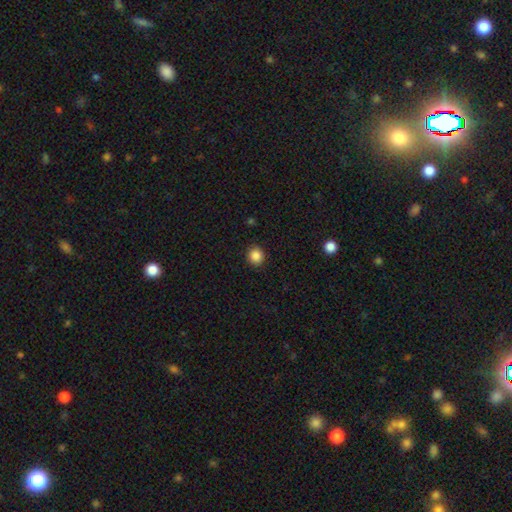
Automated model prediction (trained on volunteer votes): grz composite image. It shows a smooth galaxy with no disk features (86%) that is round (85%). Merging: none (91%).